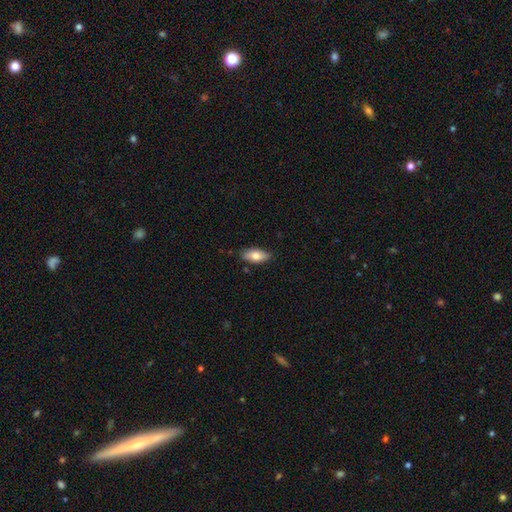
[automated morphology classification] This appears to be a smooth galaxy with no disk features (76%) that is in between round and cigar-shaped (86%). Merging: none (84%).